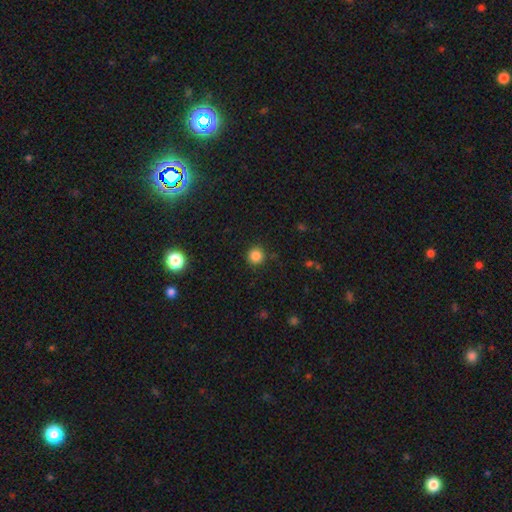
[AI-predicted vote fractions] A smooth galaxy with no disk features (85%) that is round (94%).

Vote fractions:
- Smooth or featured? smooth: 85% / star or artifact: 11% / featured or disk: 3%
- How rounded? round: 94% / in between: 5% / cigar-shaped: 1%
- Merging? none: 89% / minor disturbance: 7% / major disturbance: 2% / merger: 1%